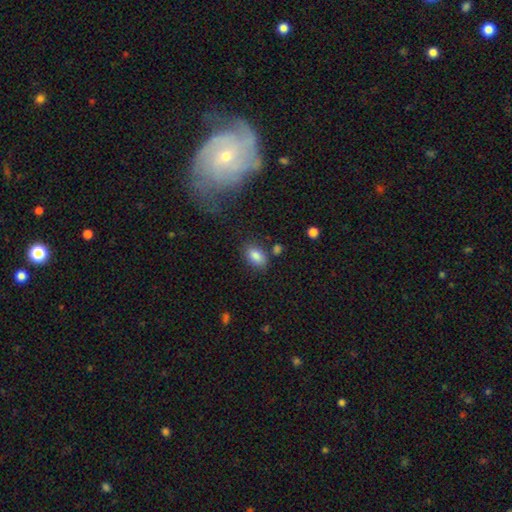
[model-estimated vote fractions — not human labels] Smooth or featured? smooth (86%)
How rounded? in between (90%)
Merging? none (78%)